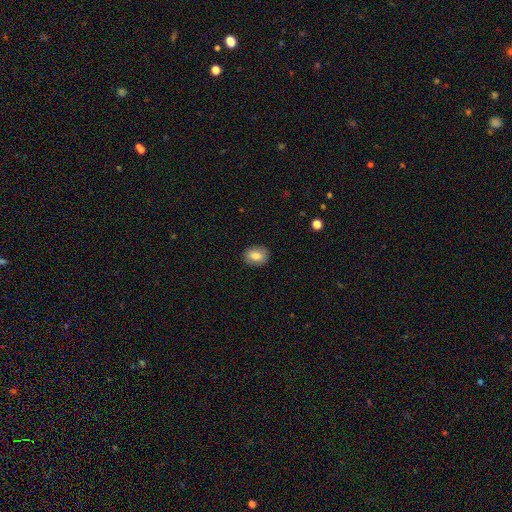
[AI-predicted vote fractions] The model was most divided on "how rounded": in between: 60%, round: 38%, cigar-shaped: 1%. More confident: merging — none (88%); smooth or featured — smooth (80%).